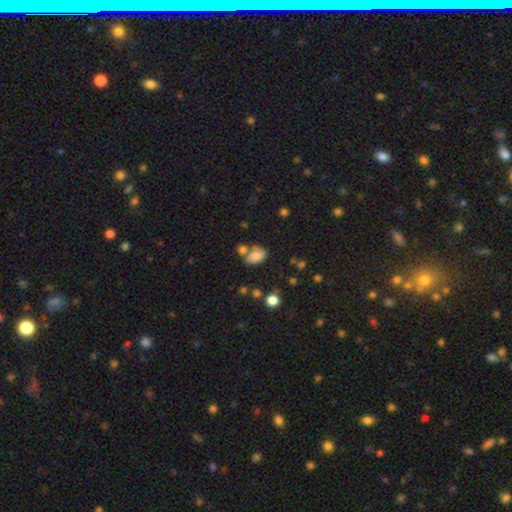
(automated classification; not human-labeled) smooth-or-featured: smooth: 78% | featured or disk: 12% | star or artifact: 11%
  how-rounded: in between: 85% | round: 14% | cigar-shaped: 1%
  merging: none: 43% | merger: 30% | minor disturbance: 19% | major disturbance: 8%